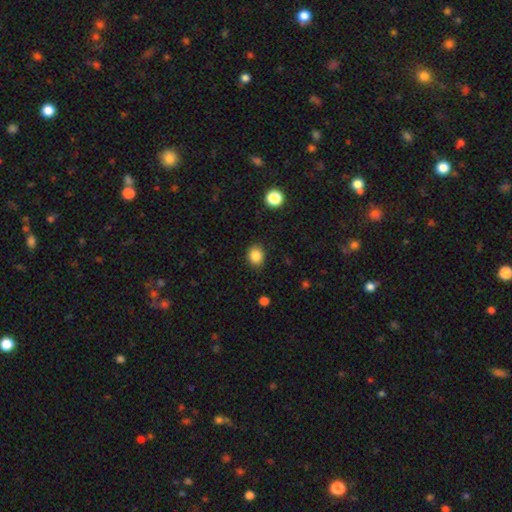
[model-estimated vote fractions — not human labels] Smooth or featured?
  - smooth: 84% *
  - star or artifact: 11%
  - featured or disk: 5%
How rounded?
  - round: 60% *
  - in between: 39%
  - cigar-shaped: 1%
Merging?
  - none: 86% *
  - minor disturbance: 10%
  - major disturbance: 2%
  - merger: 1%